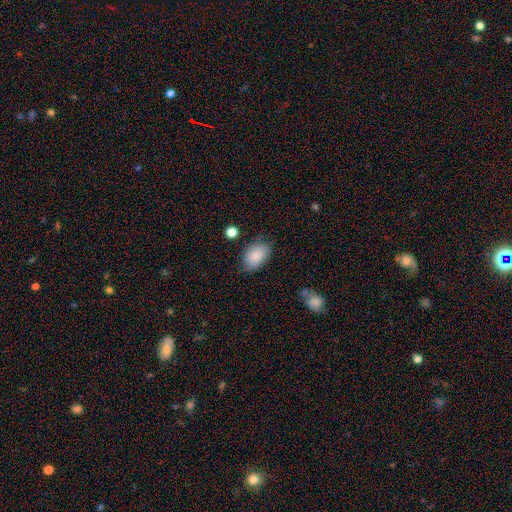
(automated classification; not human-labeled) The model was most divided on "merging": none: 69%, minor disturbance: 23%, major disturbance: 6%, merger: 2%. More confident: how rounded — in between (89%); smooth or featured — smooth (84%).